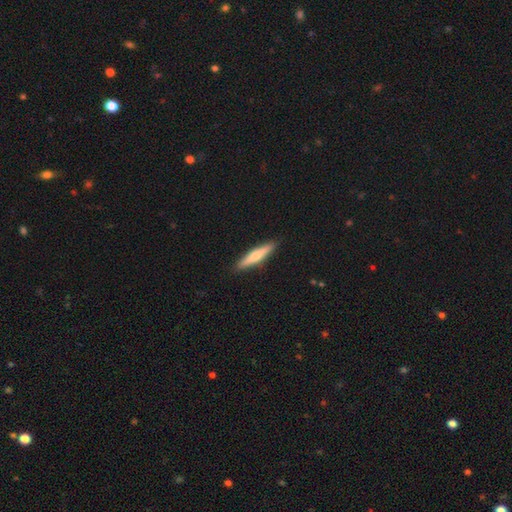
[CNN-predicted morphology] Smooth or featured? Predicted: smooth (p=0.55). How rounded? Predicted: cigar-shaped (p=0.89). Merging? Predicted: none (p=0.91).